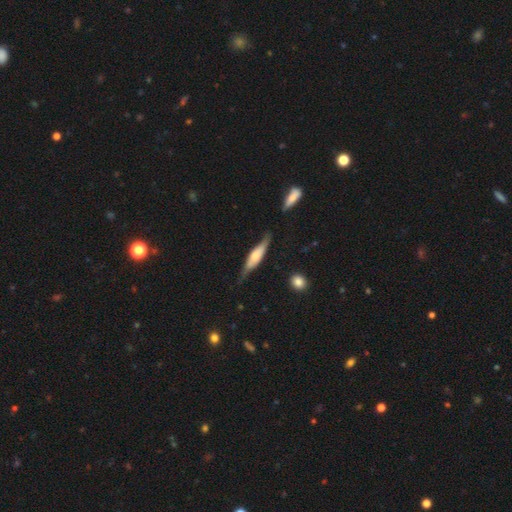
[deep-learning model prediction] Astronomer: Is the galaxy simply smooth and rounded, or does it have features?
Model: featured or disk — 54% (runner-up: smooth, 41%).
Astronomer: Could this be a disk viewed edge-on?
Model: yes — 87%.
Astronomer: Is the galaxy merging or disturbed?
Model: none — 71%.